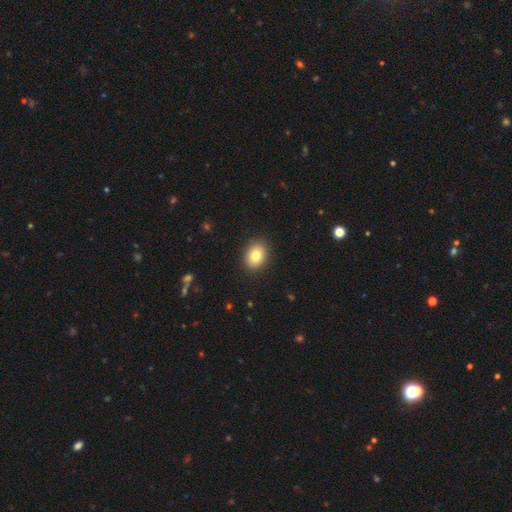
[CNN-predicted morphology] smooth 82%, featured or disk 9%, star or artifact 9%. Down the decision tree: how rounded — in between (60%); merging — none (89%).